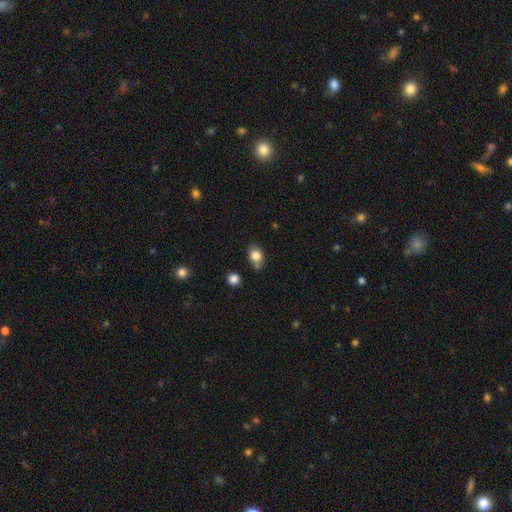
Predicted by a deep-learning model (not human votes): A smooth galaxy with no disk features (82%) that is in between round and cigar-shaped (69%). Merging: none (60%).